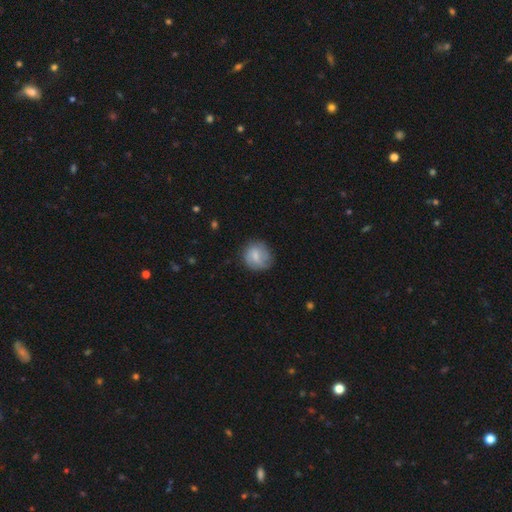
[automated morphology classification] smooth-or-featured: smooth: 67% | featured or disk: 26% | star or artifact: 7%
  how-rounded: round: 85% | in between: 14% | cigar-shaped: 1%
  merging: none: 72% | minor disturbance: 20% | major disturbance: 6% | merger: 1%